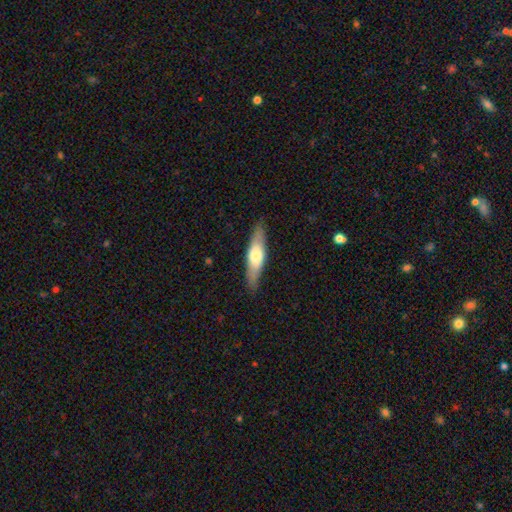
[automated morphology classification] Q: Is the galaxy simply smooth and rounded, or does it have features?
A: smooth — 54%.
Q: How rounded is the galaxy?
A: cigar-shaped — 71%.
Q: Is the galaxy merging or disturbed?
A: none — 87%.